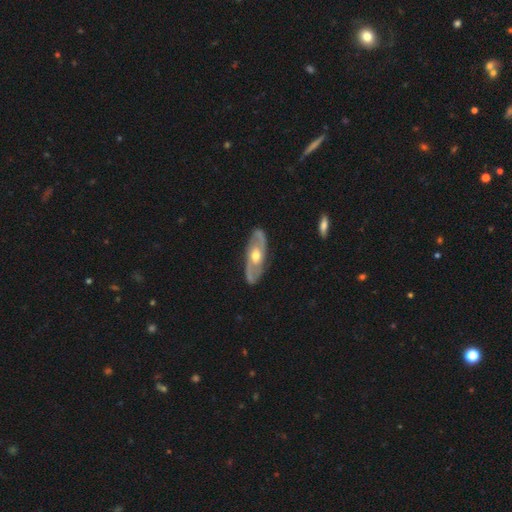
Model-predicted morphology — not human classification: type=featured or disk (76%); edge-on=no (82%); bar=no (70%); spiral arms=yes (75%); bulge=moderate (76%); merging=none (86%).